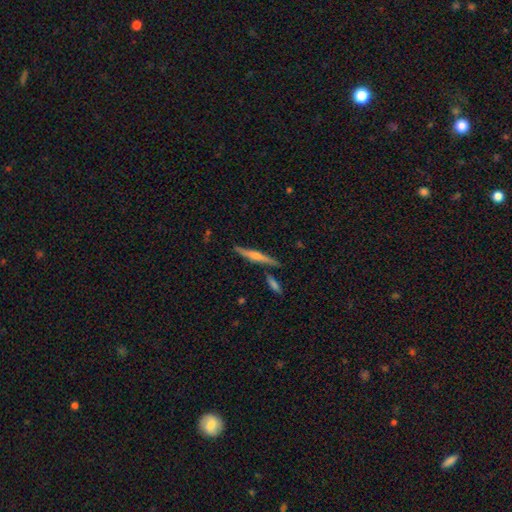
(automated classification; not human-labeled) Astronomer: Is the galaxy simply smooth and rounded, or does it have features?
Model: featured or disk — 76%.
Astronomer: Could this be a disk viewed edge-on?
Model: yes — 98%.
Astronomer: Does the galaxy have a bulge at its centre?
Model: rounded — 80%.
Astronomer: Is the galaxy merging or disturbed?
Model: none — 84%.